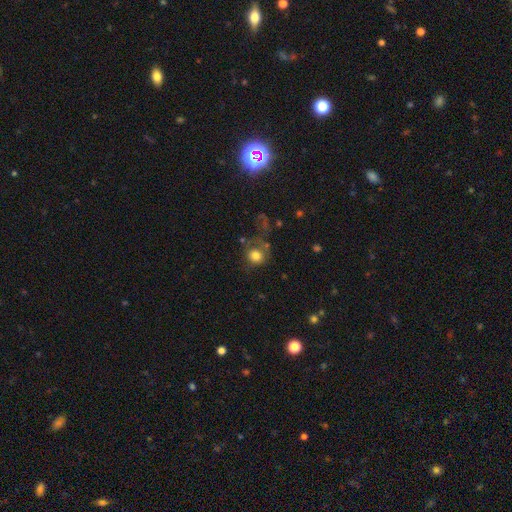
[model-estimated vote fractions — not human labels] Morphology: type=smooth (76%); roundness=round (78%); merging=none (47%).